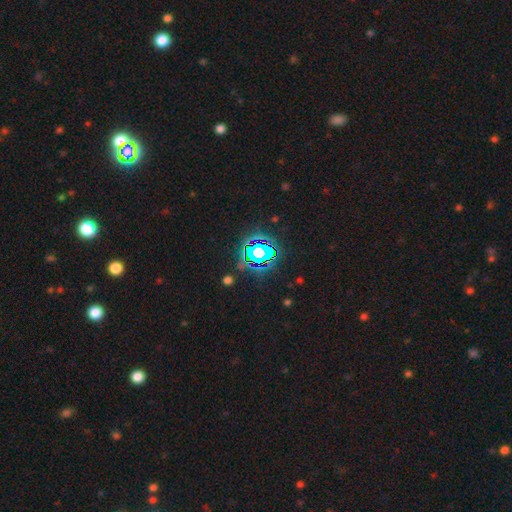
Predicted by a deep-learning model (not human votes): Q: Smooth or featured?
A: star or artifact (82%); runner-up: smooth (11%)